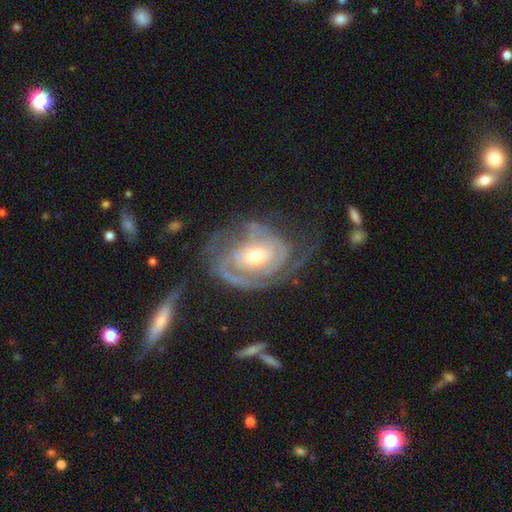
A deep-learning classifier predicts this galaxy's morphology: Smooth or featured: featured or disk — 85% (smooth — 10%)
Edge-on disk: no — 96% (yes — 4%)
Bar: no — 65% (weak — 26%)
Spiral arms: yes — 90% (no — 10%)
Spiral winding: tight — 65% (medium — 26%)
Spiral arm count: can't tell — 34% (2 — 33%)
Bulge size: moderate — 60% (small — 30%)
Merging: none — 49% (major disturbance — 26%)